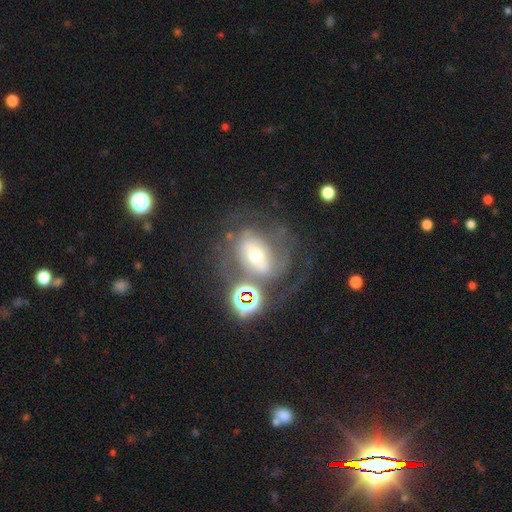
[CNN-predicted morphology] smooth-or-featured: featured or disk: 63% | smooth: 22% | star or artifact: 15%
  disk-edge-on: no: 94% | yes: 6%
    bar: strong: 37% | weak: 32% | no: 32%
    has-spiral-arms: yes: 64% | no: 36%
    bulge-size: moderate: 60% | small: 26% | large: 10% | dominant: 2% | none: 2%
  merging: none: 44% | major disturbance: 26% | minor disturbance: 17% | merger: 13%